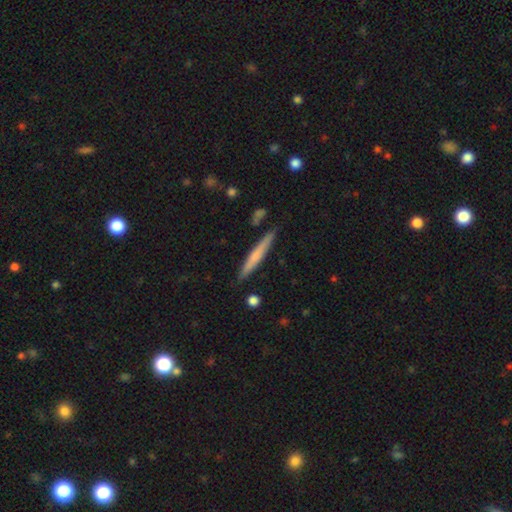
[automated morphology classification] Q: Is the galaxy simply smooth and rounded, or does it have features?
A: smooth — 57%.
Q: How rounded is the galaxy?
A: cigar-shaped — 96%.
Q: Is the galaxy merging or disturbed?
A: none — 88%.